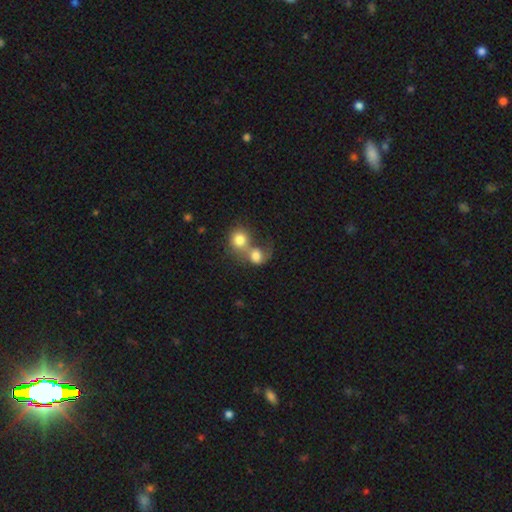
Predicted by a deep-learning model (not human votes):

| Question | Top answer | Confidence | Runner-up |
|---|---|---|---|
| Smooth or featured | smooth | 73% | featured or disk (18%) |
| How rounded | round | 67% | in between (32%) |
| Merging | merger | 71% | none (15%) |